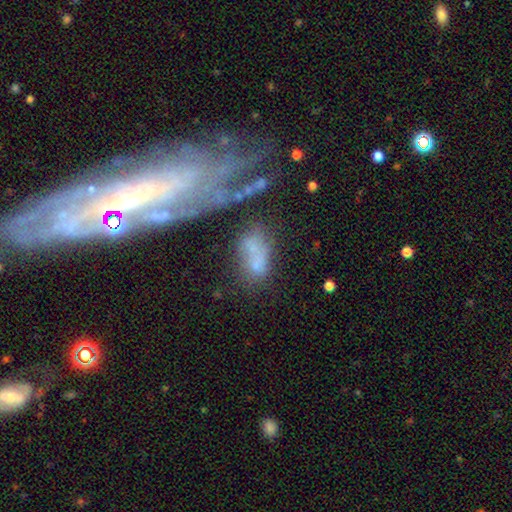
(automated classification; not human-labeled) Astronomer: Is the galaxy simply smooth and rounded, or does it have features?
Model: smooth — 48% (runner-up: featured or disk, 38%).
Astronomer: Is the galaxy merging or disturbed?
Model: none — 37% (runner-up: minor disturbance, 21%).